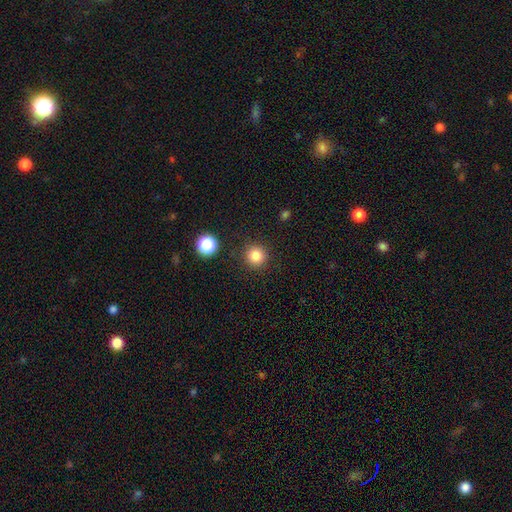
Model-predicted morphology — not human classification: Overall: smooth (83%). How rounded: round (95%). Merging: none (89%).